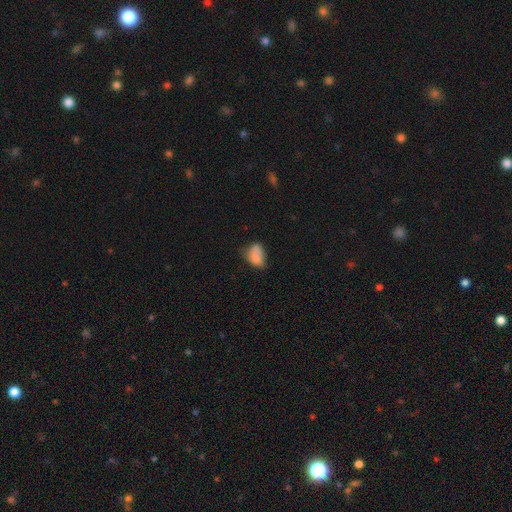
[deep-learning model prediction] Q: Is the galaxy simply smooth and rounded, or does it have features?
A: smooth — 74%.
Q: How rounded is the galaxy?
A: in between — 79%.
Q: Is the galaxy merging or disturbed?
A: none — 36%.